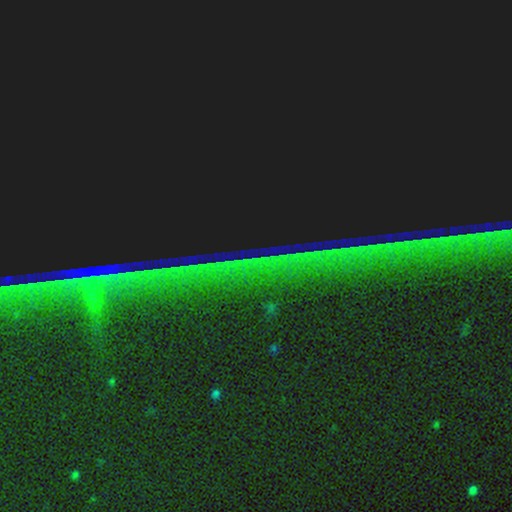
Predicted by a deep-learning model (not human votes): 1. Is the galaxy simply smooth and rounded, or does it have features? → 87% star or artifact, 7% featured or disk, 6% smooth.